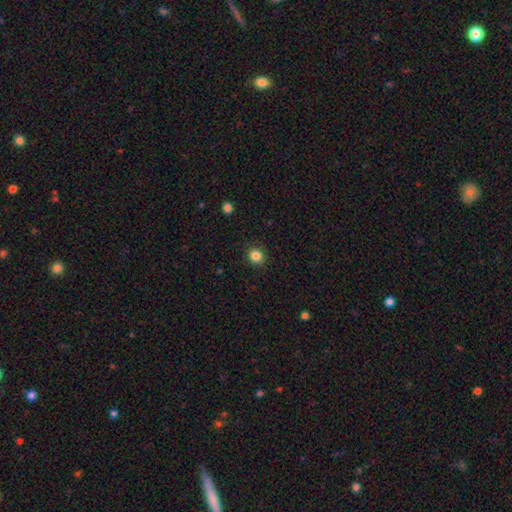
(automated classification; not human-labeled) Smooth or featured? Predicted: smooth (p=0.84). How rounded? Predicted: round (p=0.84). Merging? Predicted: none (p=0.90).